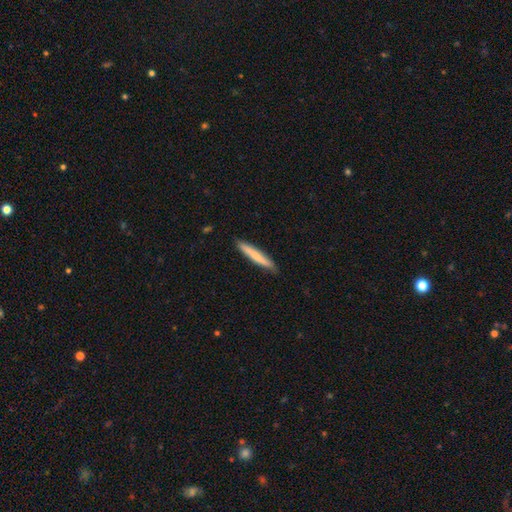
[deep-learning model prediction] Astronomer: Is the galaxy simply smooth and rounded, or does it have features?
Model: smooth — 70%.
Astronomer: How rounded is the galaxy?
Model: cigar-shaped — 94%.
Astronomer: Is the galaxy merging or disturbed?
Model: none — 87%.